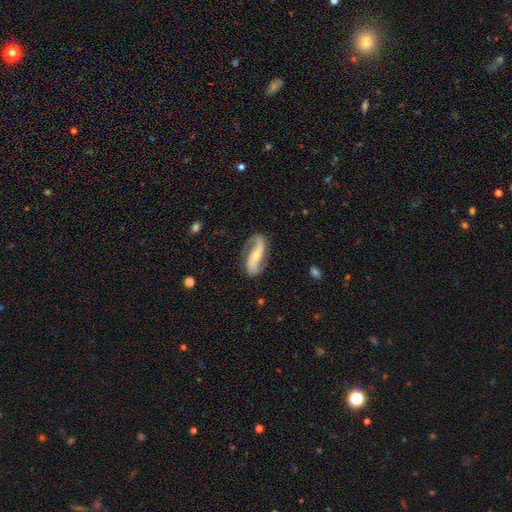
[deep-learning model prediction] featured or disk 82%, smooth 13%, star or artifact 5%. Down the decision tree: edge-on disk — no (94%); bar — no (37%, tied with strong); spiral arms — yes (95%); spiral arm count — 2 (88%); spiral winding — loose (54%); bulge size — small (60%); merging — none (74%).